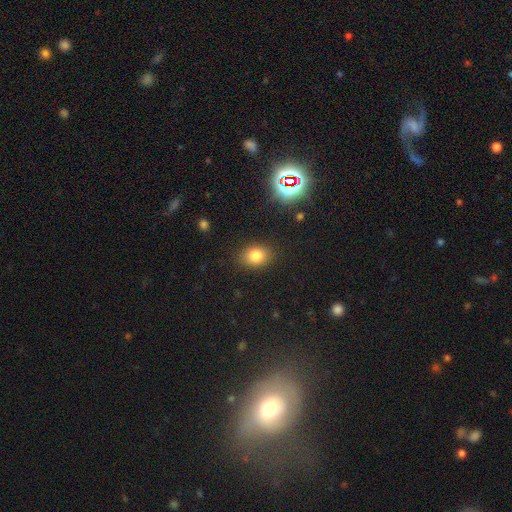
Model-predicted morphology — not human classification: A smooth galaxy with no disk features (80%) that is in between round and cigar-shaped (63%).

Vote fractions:
- Smooth or featured? smooth: 80% / star or artifact: 12% / featured or disk: 8%
- How rounded? in between: 63% / round: 36% / cigar-shaped: 1%
- Merging? none: 85% / minor disturbance: 10% / major disturbance: 3% / merger: 1%